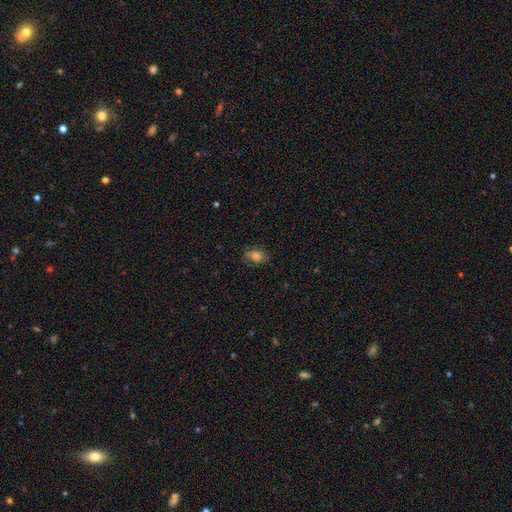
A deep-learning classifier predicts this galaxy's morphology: Smooth or featured?
  - smooth: 71% *
  - star or artifact: 16%
  - featured or disk: 12%
How rounded?
  - in between: 66% *
  - round: 32%
  - cigar-shaped: 2%
Merging?
  - none: 72% *
  - minor disturbance: 20%
  - major disturbance: 6%
  - merger: 2%